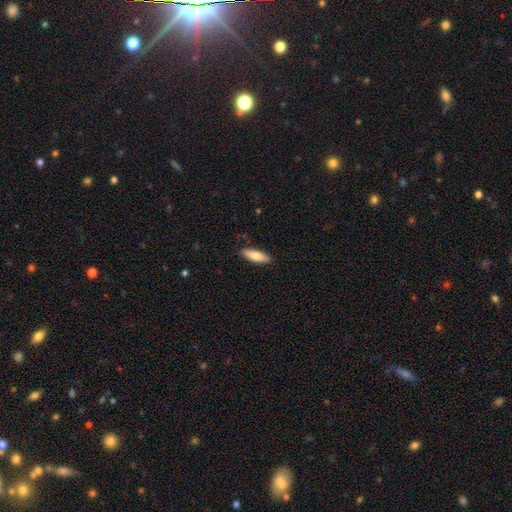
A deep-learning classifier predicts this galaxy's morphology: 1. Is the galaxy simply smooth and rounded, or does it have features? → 77% smooth, 18% featured or disk, 6% star or artifact.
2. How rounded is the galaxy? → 51% in between, 47% cigar-shaped, 2% round.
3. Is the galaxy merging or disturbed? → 88% none, 9% minor disturbance, 2% major disturbance, 1% merger.